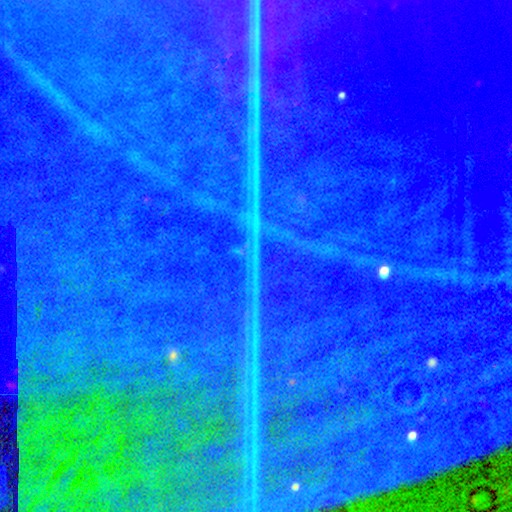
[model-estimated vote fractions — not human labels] The model was most divided on "smooth or featured": star or artifact: 88%, featured or disk: 6%, smooth: 6%.